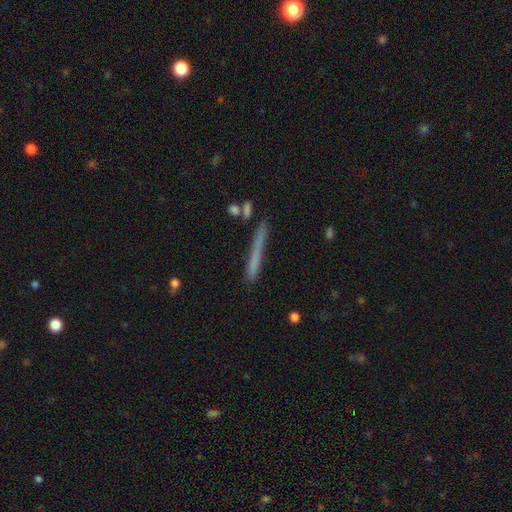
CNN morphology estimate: A smooth galaxy with no disk features (60%) that is cigar-shaped (96%). Merging: none (80%).